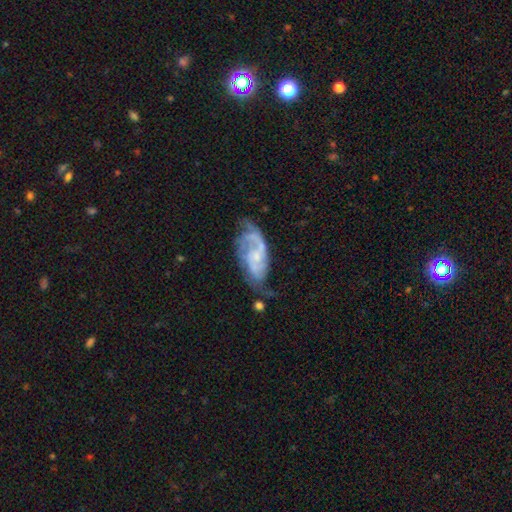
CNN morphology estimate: Smooth or featured: featured or disk — 81% (smooth — 13%)
Edge-on disk: no — 95% (yes — 5%)
Bar: no — 60% (weak — 34%)
Spiral arms: yes — 92% (no — 8%)
Spiral winding: medium — 45% (tight — 35%)
Spiral arm count: 2 — 53% (can't tell — 22%)
Bulge size: small — 59% (moderate — 22%)
Merging: none — 48% (minor disturbance — 27%)